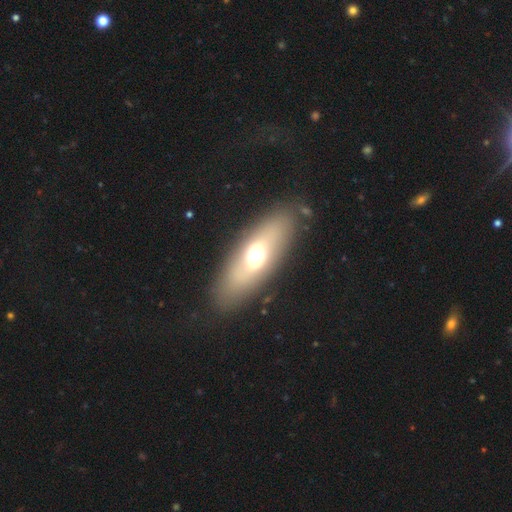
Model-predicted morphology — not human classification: Q: Smooth or featured?
A: smooth (53%); runner-up: featured or disk (39%)
Q: How rounded?
A: in between (71%); runner-up: cigar-shaped (25%)
Q: Merging?
A: none (85%); runner-up: minor disturbance (9%)